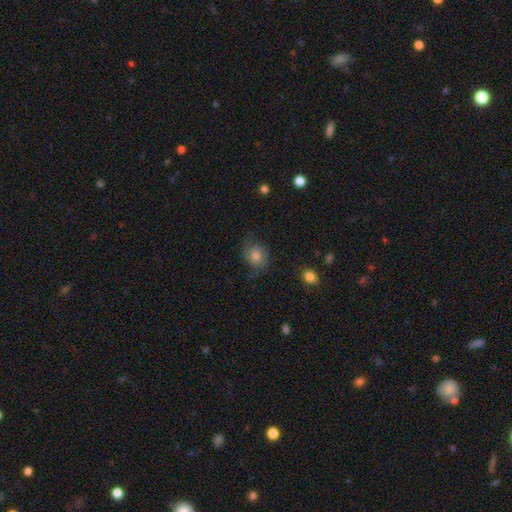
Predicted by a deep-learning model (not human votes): smooth_or_featured: featured or disk (p=0.57) [alt: smooth p=0.31]
disk_edge_on: no (p=0.97) [alt: yes p=0.03]
bar: no (p=0.71) [alt: weak p=0.25]
has_spiral_arms: yes (p=0.91) [alt: no p=0.09]
spiral_winding: medium (p=0.46) [alt: tight p=0.27]
spiral_arm_count: 2 (p=0.80) [alt: can't tell p=0.09]
bulge_size: moderate (p=0.54) [alt: small p=0.22]
merging: none (p=0.70) [alt: minor disturbance p=0.18]